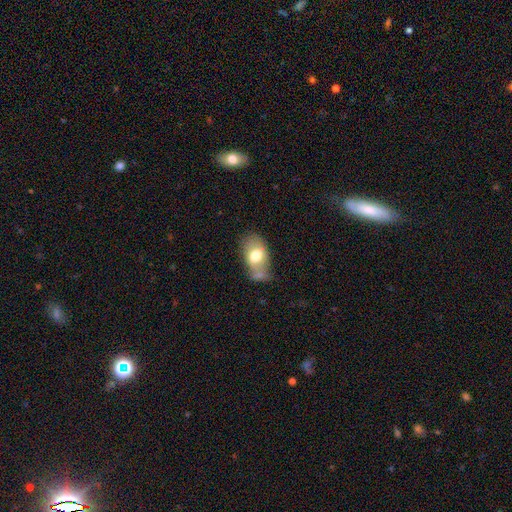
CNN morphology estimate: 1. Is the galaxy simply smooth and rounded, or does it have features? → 67% smooth, 26% featured or disk, 7% star or artifact.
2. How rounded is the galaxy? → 89% in between, 10% round, 2% cigar-shaped.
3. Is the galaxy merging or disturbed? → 36% none, 27% minor disturbance, 23% merger, 14% major disturbance.